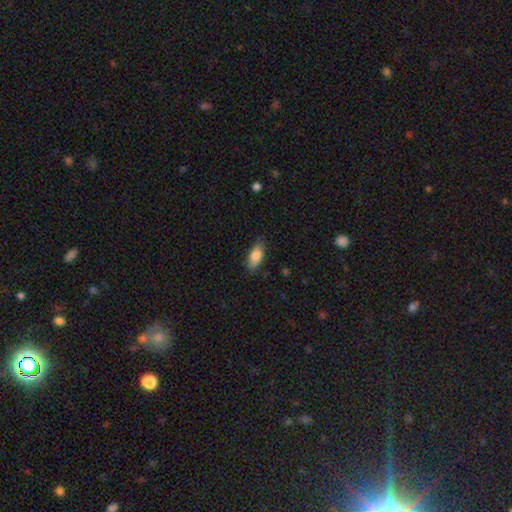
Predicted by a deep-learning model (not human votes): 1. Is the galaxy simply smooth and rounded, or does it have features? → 82% smooth, 11% featured or disk, 7% star or artifact.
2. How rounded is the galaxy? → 85% in between, 11% cigar-shaped, 3% round.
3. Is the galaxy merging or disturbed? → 79% none, 17% minor disturbance, 3% major disturbance, 1% merger.